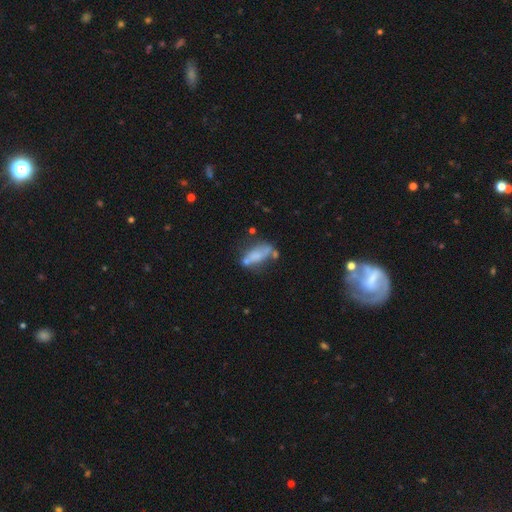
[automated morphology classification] Smooth or featured?
  - smooth: 52% *
  - featured or disk: 38%
  - star or artifact: 10%
How rounded?
  - in between: 73% *
  - cigar-shaped: 23%
  - round: 4%
Merging?
  - none: 36% *
  - minor disturbance: 23%
  - merger: 23%
  - major disturbance: 18%